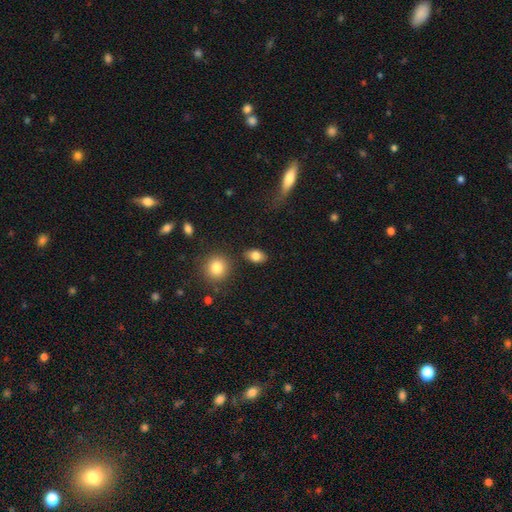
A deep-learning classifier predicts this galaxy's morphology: Smooth or featured? Predicted: smooth (p=0.82). How rounded? Predicted: in between (p=0.81). Merging? Predicted: none (p=0.84).